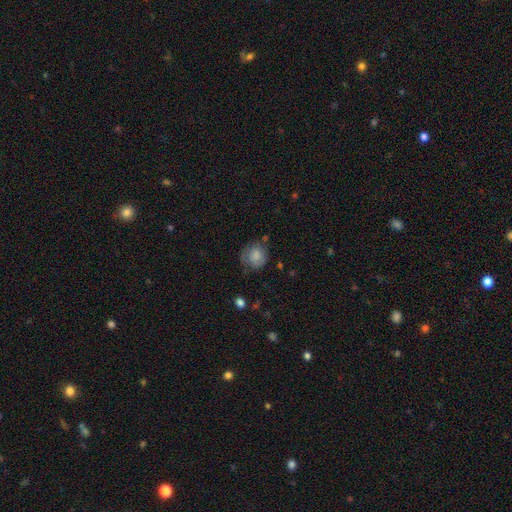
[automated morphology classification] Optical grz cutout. It shows a smooth galaxy with no disk features (79%) that is round (77%). Merging: none (57%).